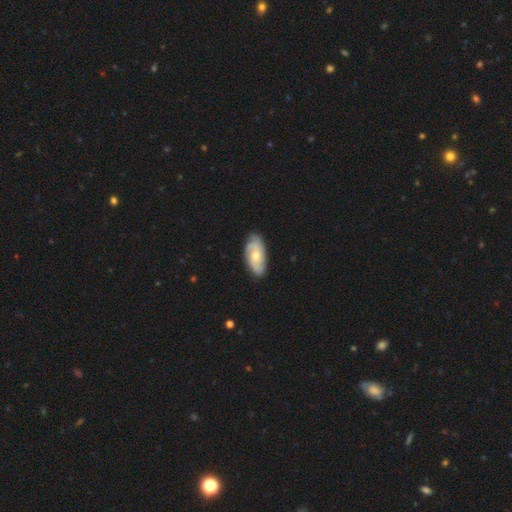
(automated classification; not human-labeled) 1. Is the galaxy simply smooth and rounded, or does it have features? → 65% featured or disk, 29% smooth, 5% star or artifact.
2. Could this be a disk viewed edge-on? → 94% no, 6% yes.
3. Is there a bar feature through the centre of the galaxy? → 72% no, 24% weak, 4% strong.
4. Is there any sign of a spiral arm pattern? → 92% yes, 8% no.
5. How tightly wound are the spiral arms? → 42% tight, 41% medium, 18% loose.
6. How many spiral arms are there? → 39% 2, 26% 3, 23% can't tell, 5% 4, 4% 1, 3% more than 4.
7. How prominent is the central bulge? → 51% moderate, 44% small, 2% large, 2% none, 1% dominant.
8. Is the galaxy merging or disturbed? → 80% none, 16% minor disturbance, 3% major disturbance, 1% merger.